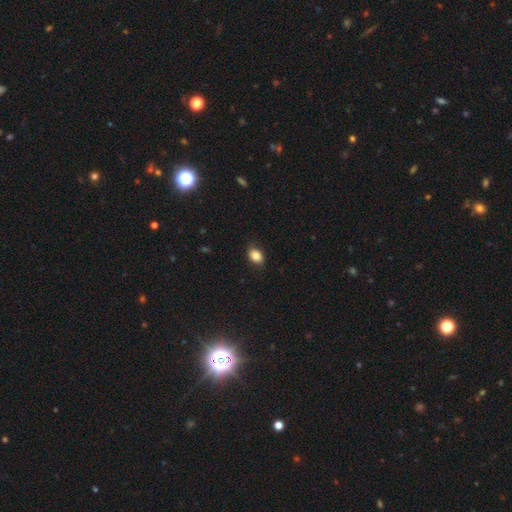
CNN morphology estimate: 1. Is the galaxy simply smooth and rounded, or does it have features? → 85% smooth, 9% star or artifact, 6% featured or disk.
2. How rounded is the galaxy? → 76% in between, 22% round, 1% cigar-shaped.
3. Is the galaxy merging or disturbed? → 84% none, 12% minor disturbance, 3% major disturbance, 1% merger.